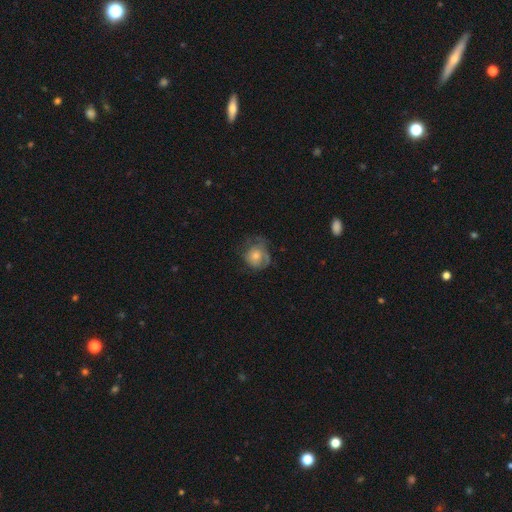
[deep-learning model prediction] Smooth or featured? Predicted: smooth (p=0.54). How rounded? Predicted: round (p=0.76). Merging? Predicted: none (p=0.46).